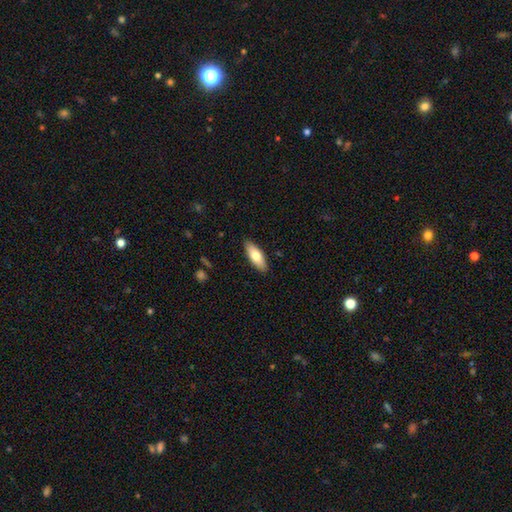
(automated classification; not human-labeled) smooth 73%, featured or disk 21%, star or artifact 6%. Down the decision tree: how rounded — in between (68%); merging — none (89%).